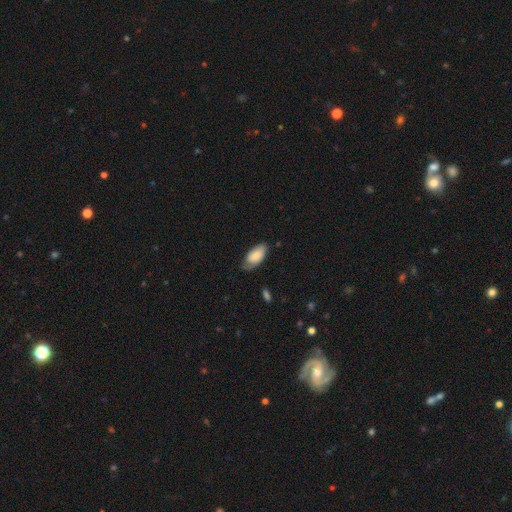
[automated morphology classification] type=smooth (81%); roundness=in between (93%); merging=none (59%).